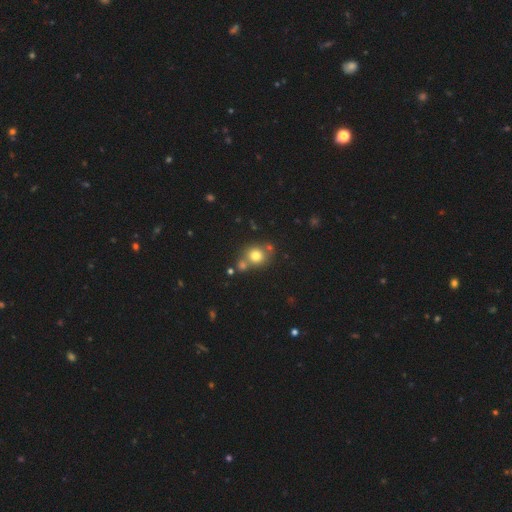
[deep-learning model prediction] The model was most divided on "merging": none: 62%, merger: 24%, minor disturbance: 10%, major disturbance: 4%. More confident: how rounded — round (83%); smooth or featured — smooth (77%).